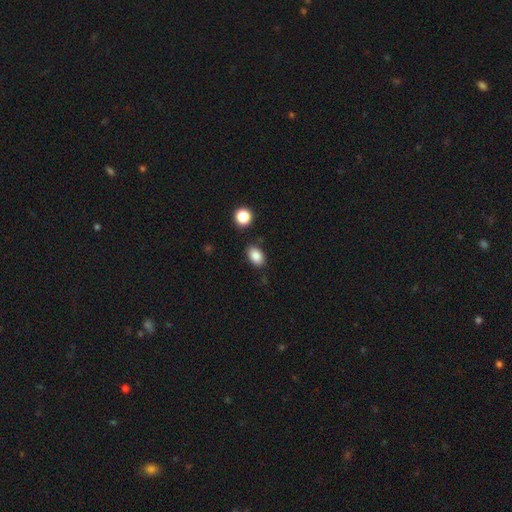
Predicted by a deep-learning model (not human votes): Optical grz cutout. It shows a smooth galaxy with no disk features (86%) that is in between round and cigar-shaped (85%). Merging: none (83%).